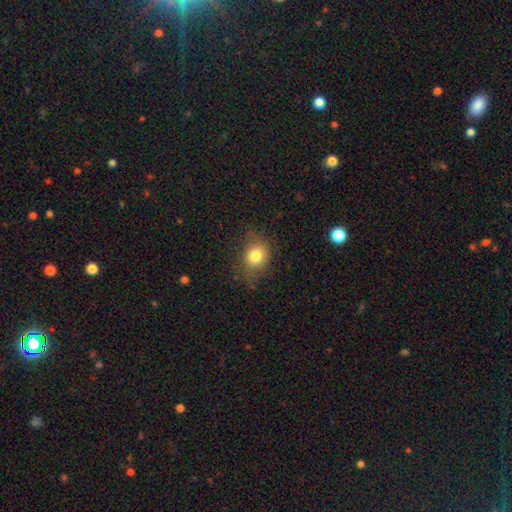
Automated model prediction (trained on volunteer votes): A smooth galaxy with no disk features (79%) that is round (56%). Merging: none (75%).